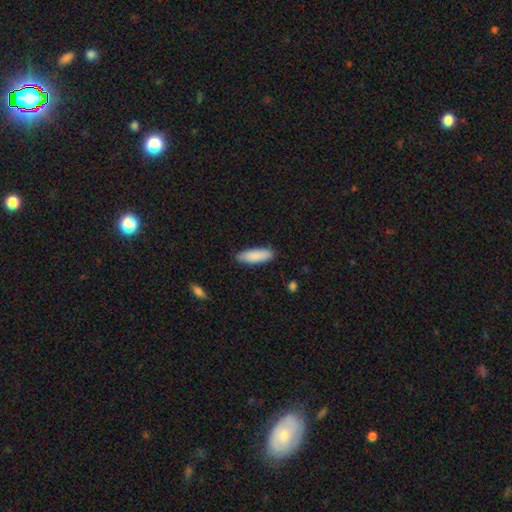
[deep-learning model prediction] This appears to be a smooth galaxy with no disk features (88%) that is in between round and cigar-shaped (52%). Merging: none (86%).